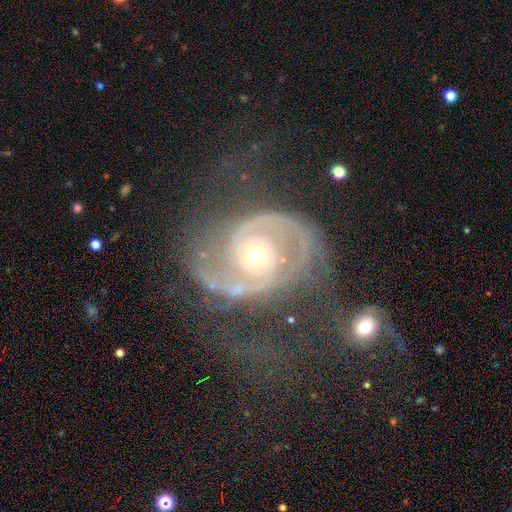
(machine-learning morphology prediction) The model was most divided on "spiral winding": medium: 47%, tight: 41%, loose: 13%. More confident: edge-on disk — no (98%); spiral arms — yes (97%); smooth or featured — featured or disk (91%); spiral arm count — 2 (87%); bar — no (70%); merging — none (52%); bulge size — moderate (51%).